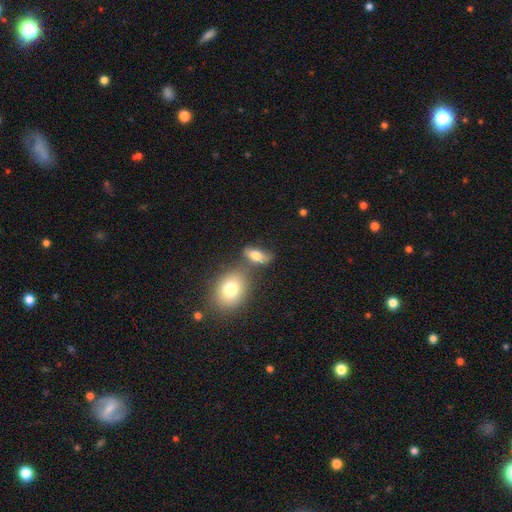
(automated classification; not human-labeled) Smooth or featured? smooth (71%)
How rounded? in between (81%)
Merging? none (51%)